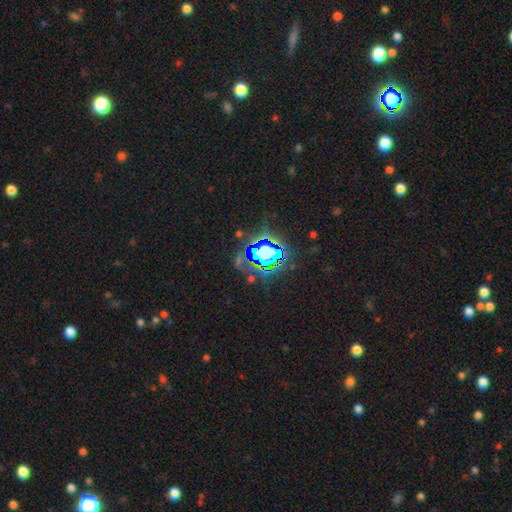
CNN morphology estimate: Overall: star or artifact (73%).